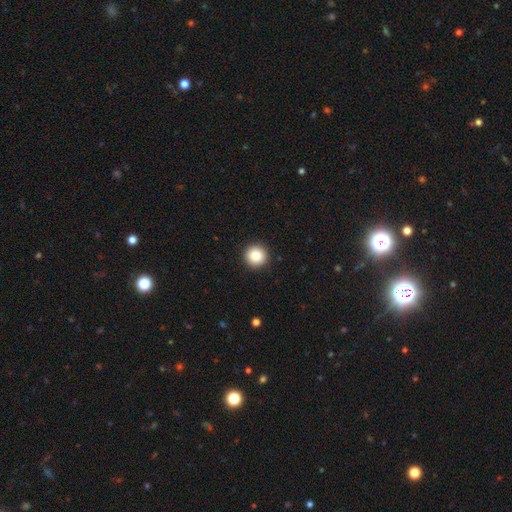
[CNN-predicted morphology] A smooth galaxy with no disk features (84%) that is round (96%). Merging: none (93%).